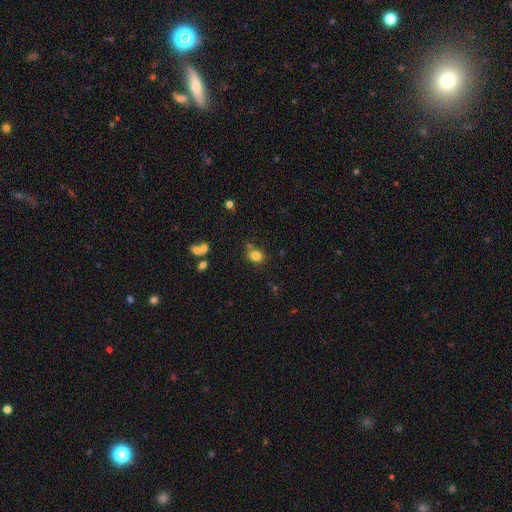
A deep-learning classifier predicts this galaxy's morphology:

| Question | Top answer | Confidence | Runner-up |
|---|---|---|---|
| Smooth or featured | smooth | 81% | star or artifact (12%) |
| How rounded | round | 59% | in between (40%) |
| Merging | none | 74% | minor disturbance (13%) |